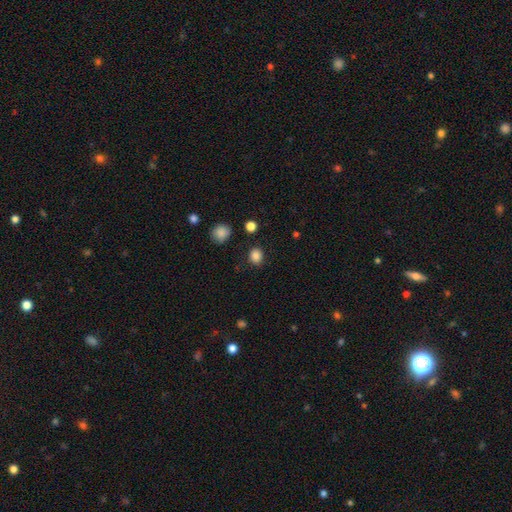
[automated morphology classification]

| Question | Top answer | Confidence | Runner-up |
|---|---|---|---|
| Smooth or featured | smooth | 85% | star or artifact (11%) |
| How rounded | round | 68% | in between (31%) |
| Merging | none | 86% | minor disturbance (9%) |